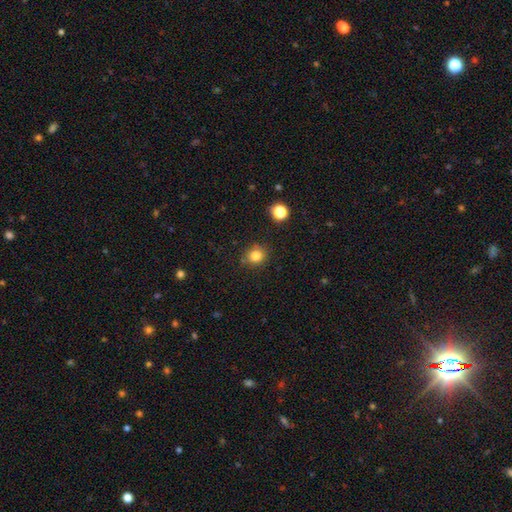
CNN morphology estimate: Smooth or featured? smooth (83%)
How rounded? round (84%)
Merging? none (85%)